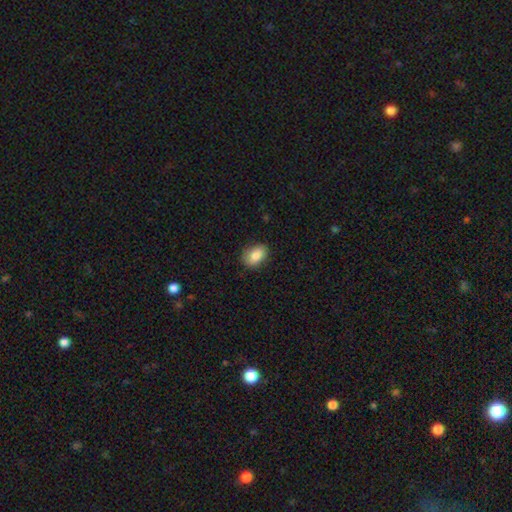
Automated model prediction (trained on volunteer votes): Smooth or featured? smooth (83%)
How rounded? in between (83%)
Merging? none (85%)